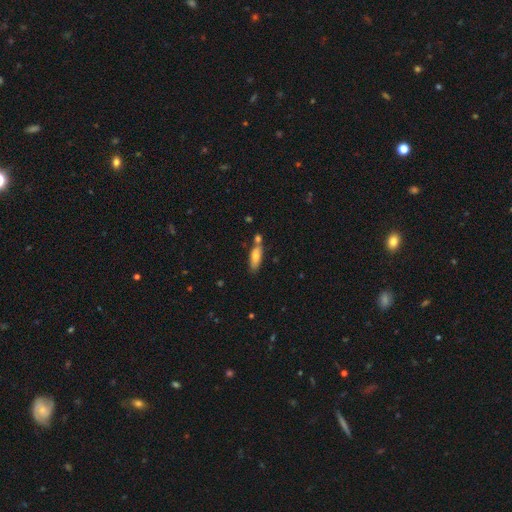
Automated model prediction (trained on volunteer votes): Smooth or featured?
  - smooth: 73% *
  - featured or disk: 20%
  - star or artifact: 7%
How rounded?
  - in between: 56% *
  - cigar-shaped: 42%
  - round: 2%
Merging?
  - none: 60% *
  - merger: 21%
  - minor disturbance: 16%
  - major disturbance: 4%